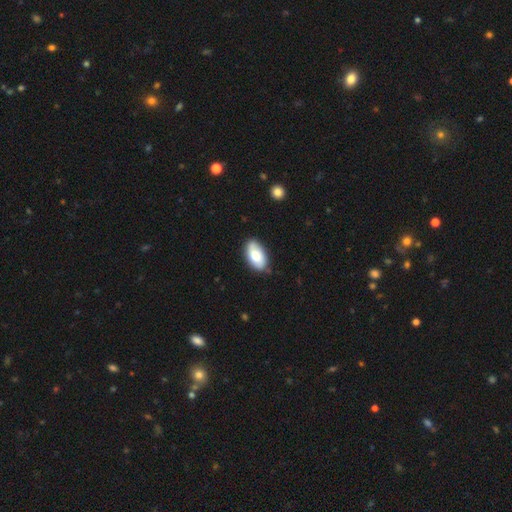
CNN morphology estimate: A smooth galaxy with no disk features (70%) that is in between round and cigar-shaped (94%). Merging: none (79%).